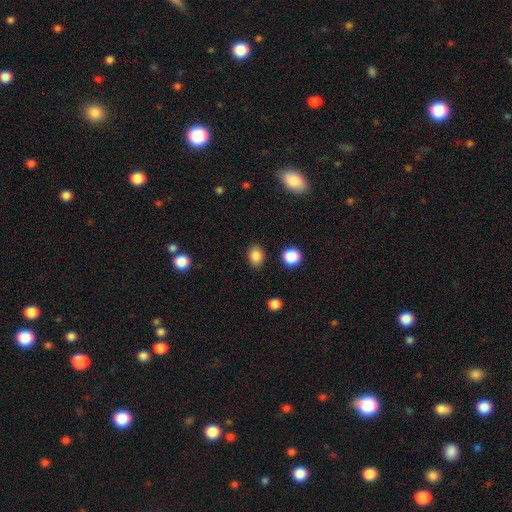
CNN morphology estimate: type=smooth (85%); roundness=in between (56%); merging=none (86%).